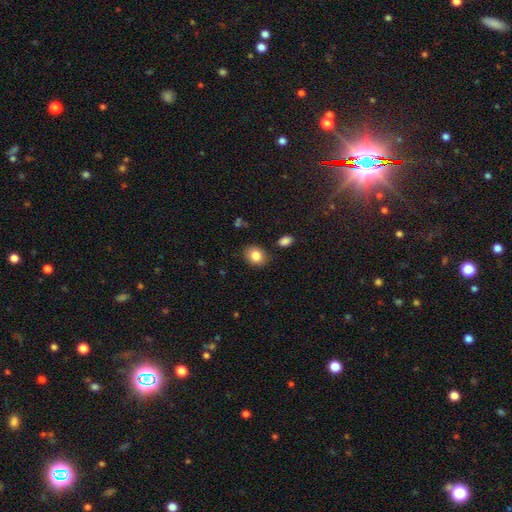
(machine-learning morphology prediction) type=smooth (84%); roundness=round (53%); merging=none (84%).